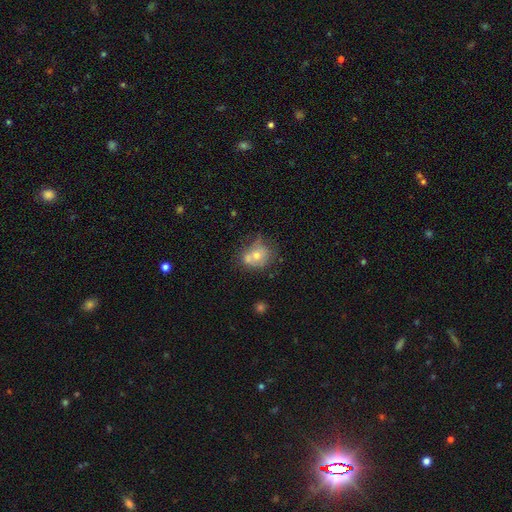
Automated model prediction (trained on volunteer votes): This appears to be a smooth galaxy with no disk features (59%) that is round (61%). Merging: merger (37%).